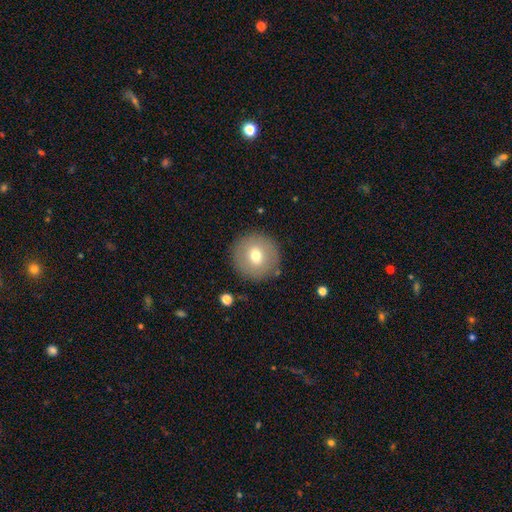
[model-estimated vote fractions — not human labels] Smooth or featured: smooth — 69% (featured or disk — 23%)
How rounded: round — 95% (in between — 4%)
Merging: none — 87% (minor disturbance — 8%)